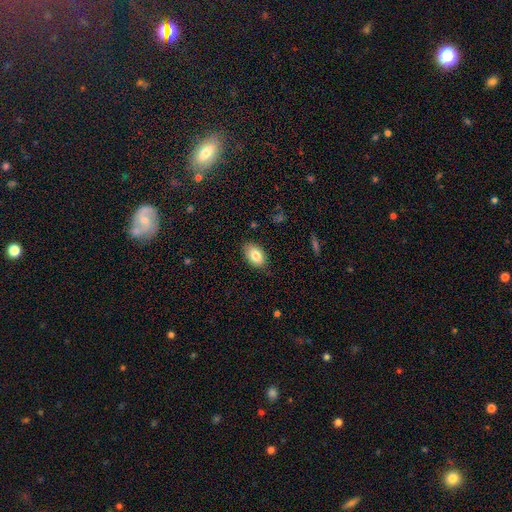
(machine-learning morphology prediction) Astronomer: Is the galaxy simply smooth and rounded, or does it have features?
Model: smooth — 83%.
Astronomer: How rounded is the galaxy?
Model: in between — 91%.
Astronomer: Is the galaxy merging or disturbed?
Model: none — 83%.